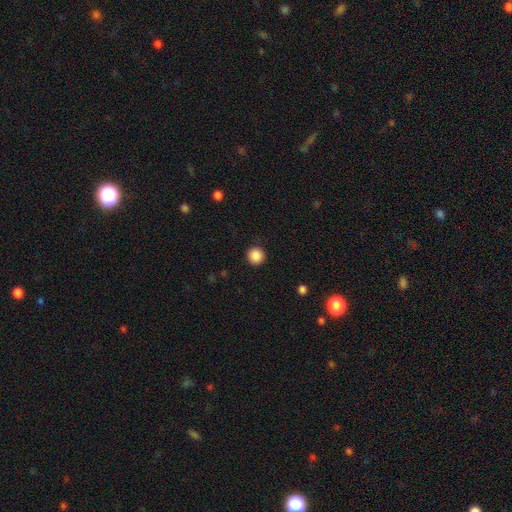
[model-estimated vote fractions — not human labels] Smooth or featured? Predicted: smooth (p=0.87). How rounded? Predicted: round (p=0.95). Merging? Predicted: none (p=0.92).